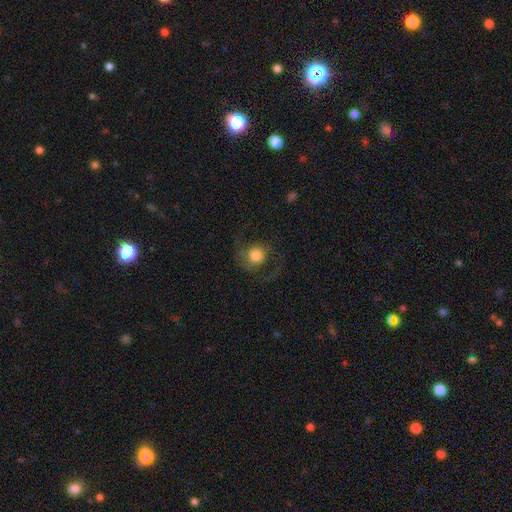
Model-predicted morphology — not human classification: type=smooth (58%); roundness=round (85%); merging=none (55%).